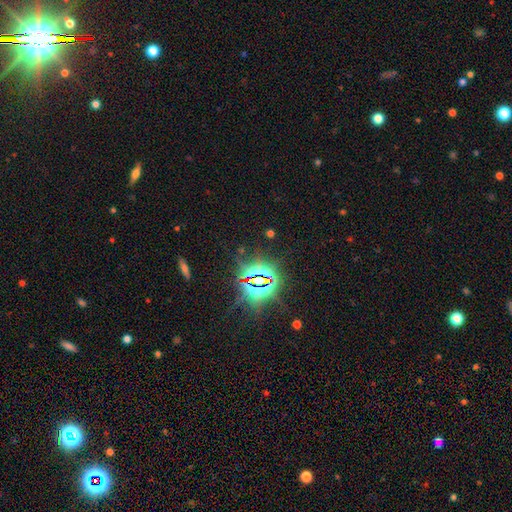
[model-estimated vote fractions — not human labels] A star or artifact, not a galaxy (84%).

Vote fractions:
- Smooth or featured? star or artifact: 84% / smooth: 10% / featured or disk: 7%